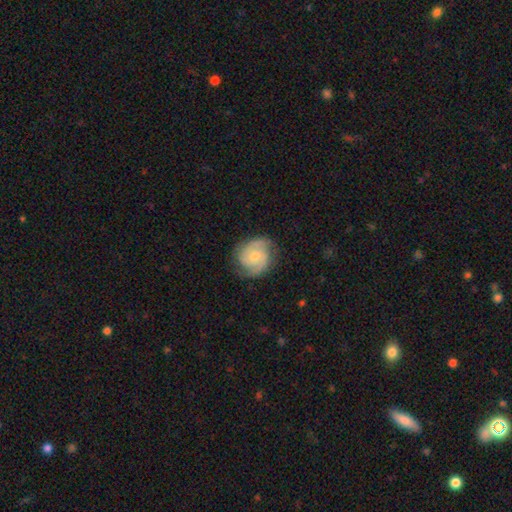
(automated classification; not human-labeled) featured or disk 75%, smooth 19%, star or artifact 6%. Down the decision tree: edge-on disk — no (98%); bar — no (55%); spiral arms — yes (95%); spiral arm count — 2 (68%); spiral winding — tight (44%, tied with medium); bulge size — small (54%); merging — none (76%).